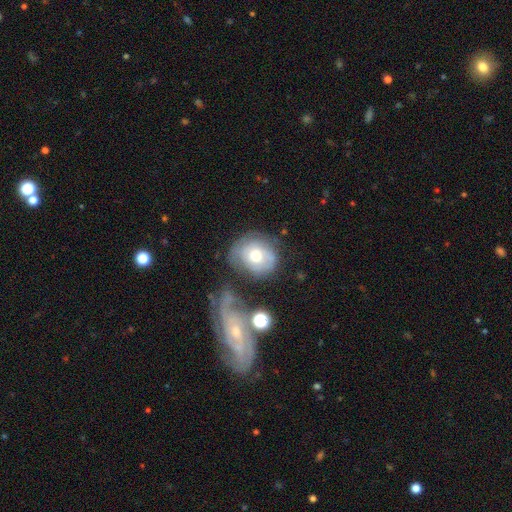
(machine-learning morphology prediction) type=smooth (47%); merging=none (49%).